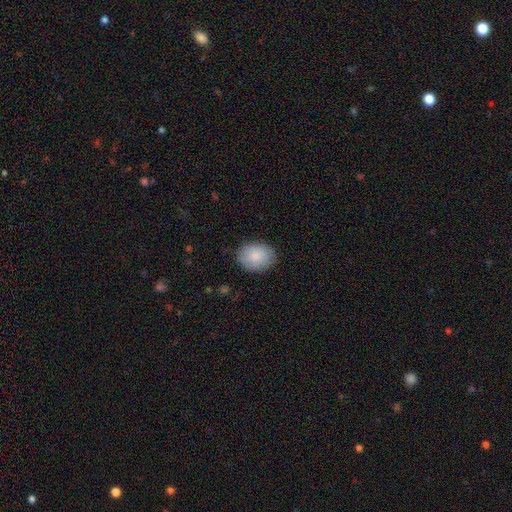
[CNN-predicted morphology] The model was most divided on "how rounded": in between: 62%, round: 37%, cigar-shaped: 1%. More confident: smooth or featured — smooth (86%); merging — none (84%).